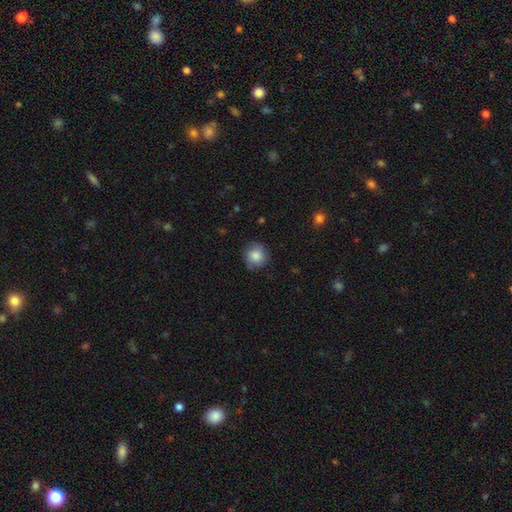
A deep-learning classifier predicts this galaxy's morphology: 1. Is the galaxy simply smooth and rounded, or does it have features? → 83% smooth, 9% featured or disk, 8% star or artifact.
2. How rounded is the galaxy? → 90% round, 9% in between, 1% cigar-shaped.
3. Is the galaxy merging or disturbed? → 82% none, 14% minor disturbance, 3% major disturbance, 1% merger.